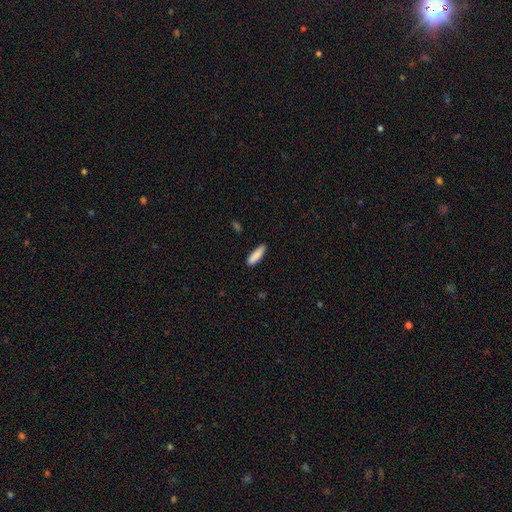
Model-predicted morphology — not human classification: The model was most divided on "how rounded": cigar-shaped: 62%, in between: 37%, round: 1%. More confident: smooth or featured — smooth (88%); merging — none (83%).